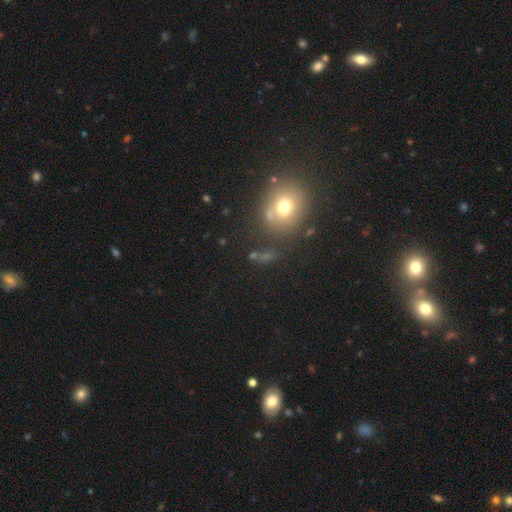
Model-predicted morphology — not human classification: smooth 51%, star or artifact 32%, featured or disk 17%. Down the decision tree: how rounded — round (60%); merging — none (69%).